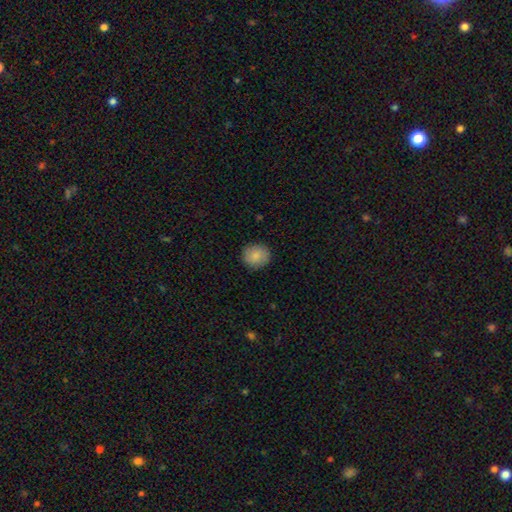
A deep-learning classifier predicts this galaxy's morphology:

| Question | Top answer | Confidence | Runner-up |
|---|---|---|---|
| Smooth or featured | smooth | 84% | featured or disk (8%) |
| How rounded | round | 83% | in between (16%) |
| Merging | none | 88% | minor disturbance (9%) |